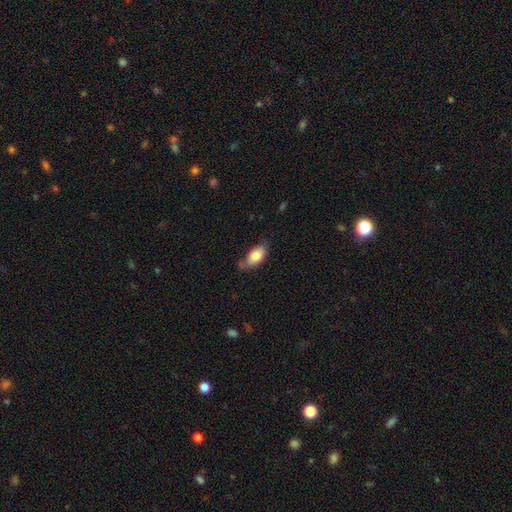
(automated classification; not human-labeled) Smooth or featured? smooth (81%)
How rounded? in between (91%)
Merging? none (55%)